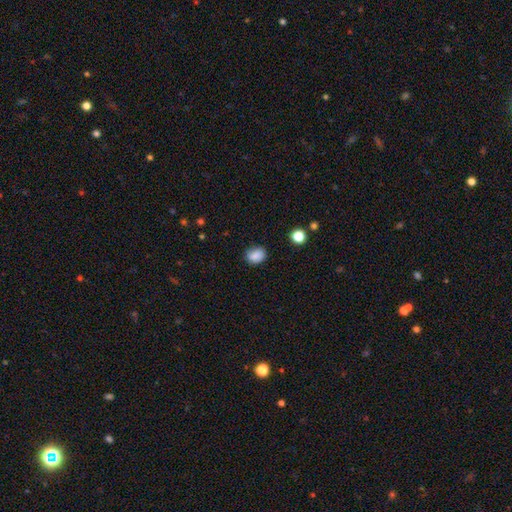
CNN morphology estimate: Smooth or featured? Predicted: smooth (p=0.85). How rounded? Predicted: in between (p=0.56). Merging? Predicted: none (p=0.77).